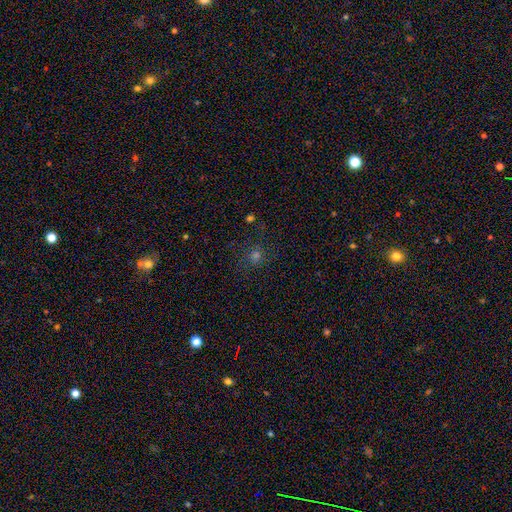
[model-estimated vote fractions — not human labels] The model was most divided on "smooth or featured": smooth: 50%, star or artifact: 38%, featured or disk: 12%. More confident: merging — none (81%).